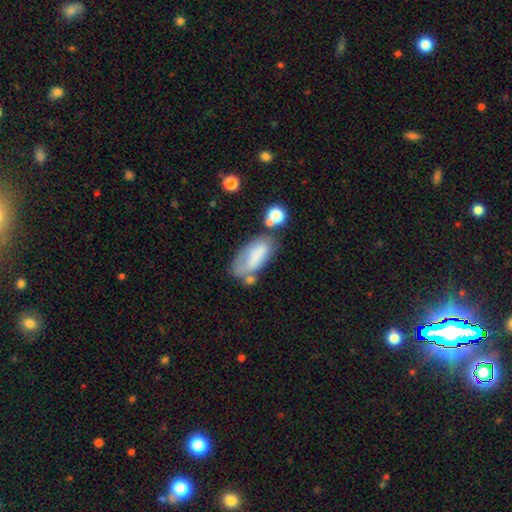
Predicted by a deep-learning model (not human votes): Overall: smooth (67%). How rounded: in between (84%). Merging: none (42%; minor disturbance 25%).